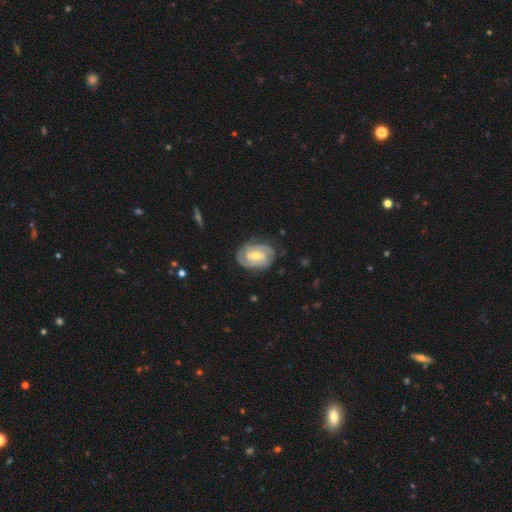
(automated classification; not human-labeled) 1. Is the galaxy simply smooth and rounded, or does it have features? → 85% featured or disk, 10% smooth, 5% star or artifact.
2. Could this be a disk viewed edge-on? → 97% no, 3% yes.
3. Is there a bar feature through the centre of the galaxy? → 51% weak, 29% no, 20% strong.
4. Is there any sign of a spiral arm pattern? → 96% yes, 4% no.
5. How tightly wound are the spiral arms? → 69% tight, 26% medium, 5% loose.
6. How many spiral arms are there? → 41% 2, 28% 3, 17% can't tell, 7% 4, 4% 1, 4% more than 4.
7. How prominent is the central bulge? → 62% moderate, 34% small, 2% large, 1% none, 1% dominant.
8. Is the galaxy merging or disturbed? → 77% none, 17% minor disturbance, 5% major disturbance, 1% merger.